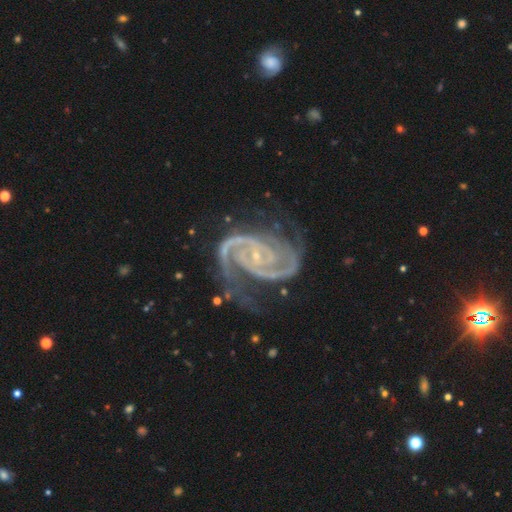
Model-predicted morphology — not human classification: type=featured or disk (94%); edge-on=no (98%); bar=no (52%); spiral arms=yes (99%); winding=tight (48%); arm count=2 (76%); bulge=small (86%); merging=none (61%).